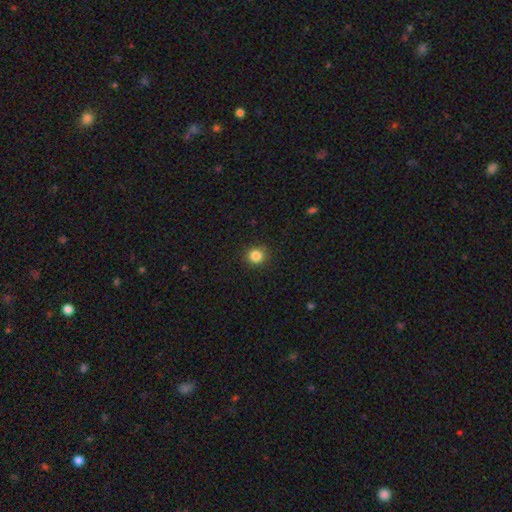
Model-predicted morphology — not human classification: smooth_or_featured: smooth (p=0.85) [alt: star or artifact p=0.11]
how_rounded: round (p=0.91) [alt: in between p=0.08]
merging: none (p=0.90) [alt: minor disturbance p=0.07]